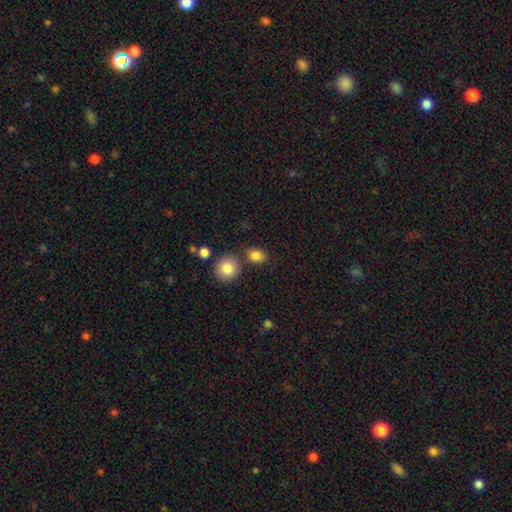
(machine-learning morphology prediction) smooth_or_featured: smooth (p=0.84) [alt: star or artifact p=0.10]
how_rounded: in between (p=0.59) [alt: round p=0.40]
merging: none (p=0.72) [alt: merger p=0.12]